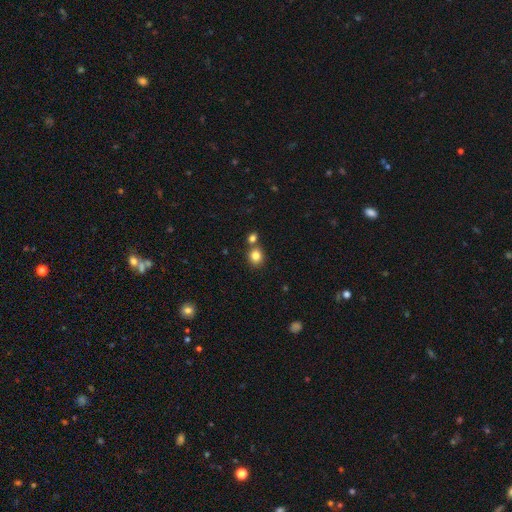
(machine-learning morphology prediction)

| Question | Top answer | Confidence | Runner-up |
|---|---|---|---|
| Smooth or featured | smooth | 82% | star or artifact (11%) |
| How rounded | round | 79% | in between (21%) |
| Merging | none | 66% | merger (23%) |